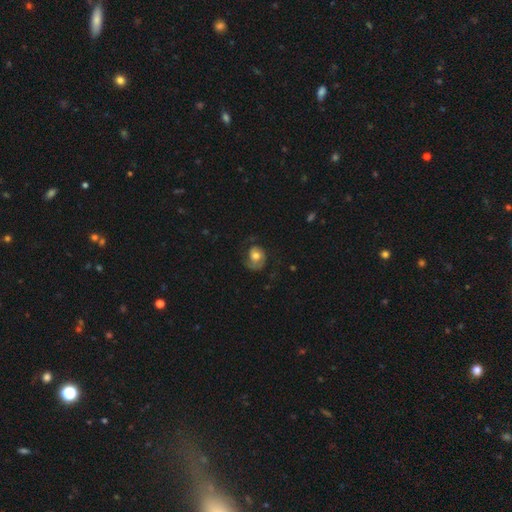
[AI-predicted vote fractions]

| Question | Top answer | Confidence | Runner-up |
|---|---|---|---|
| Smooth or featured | featured or disk | 51% | smooth (41%) |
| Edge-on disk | no | 97% | yes (3%) |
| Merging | none | 52% | minor disturbance (24%) |